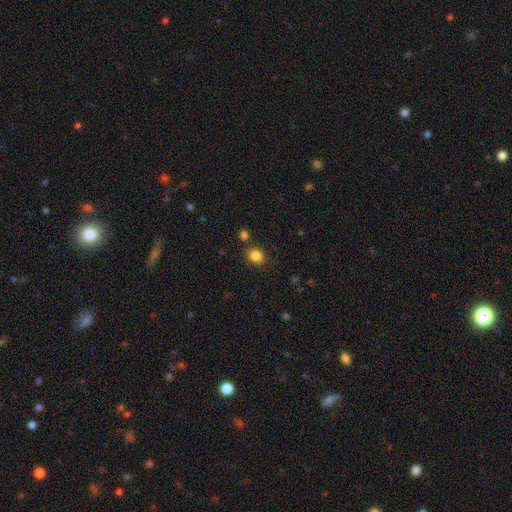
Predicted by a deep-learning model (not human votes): smooth 84%, star or artifact 12%, featured or disk 4%. Down the decision tree: how rounded — round (77%); merging — none (82%).